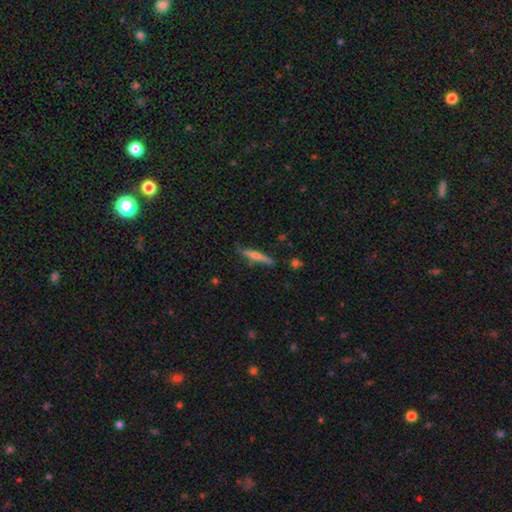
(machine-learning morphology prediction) A featured or disk galaxy (48%). Merging: none (83%).